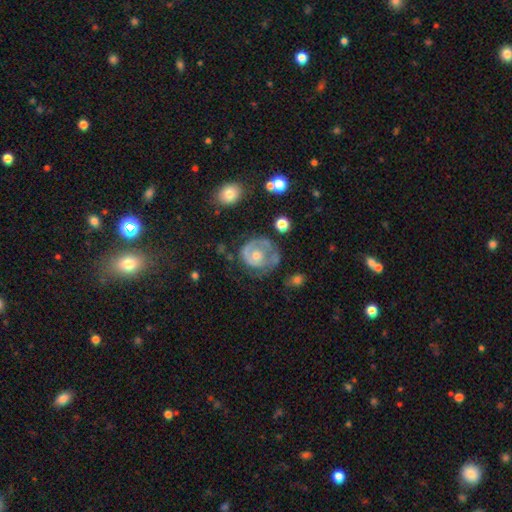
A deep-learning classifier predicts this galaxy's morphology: A featured or disk galaxy (68%) with no bar (80%), spiral arms (68%) and a moderate central bulge (54%).

Vote fractions:
- Smooth or featured? featured or disk: 68% / smooth: 24% / star or artifact: 8%
- Edge-on disk? no: 98% / yes: 2%
- Bar? no: 80% / weak: 17% / strong: 3%
- Spiral arms? yes: 68% / no: 32%
- Bulge size? moderate: 54% / small: 38% / large: 4% / none: 4% / dominant: 1%
- Merging? none: 52% / minor disturbance: 24% / major disturbance: 21% / merger: 3%